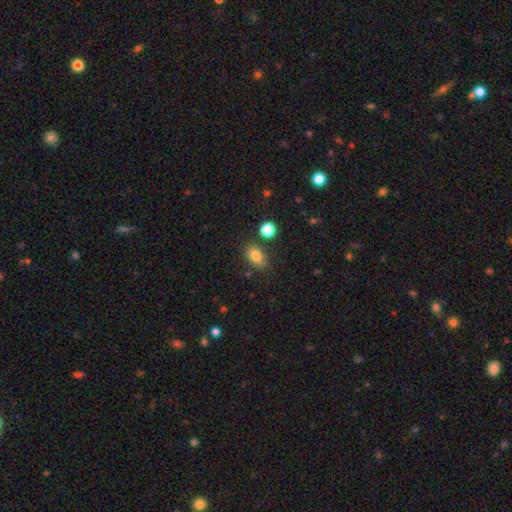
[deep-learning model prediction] smooth_or_featured: smooth (p=0.81) [alt: star or artifact p=0.10]
how_rounded: in between (p=0.83) [alt: round p=0.15]
merging: none (p=0.79) [alt: minor disturbance p=0.12]